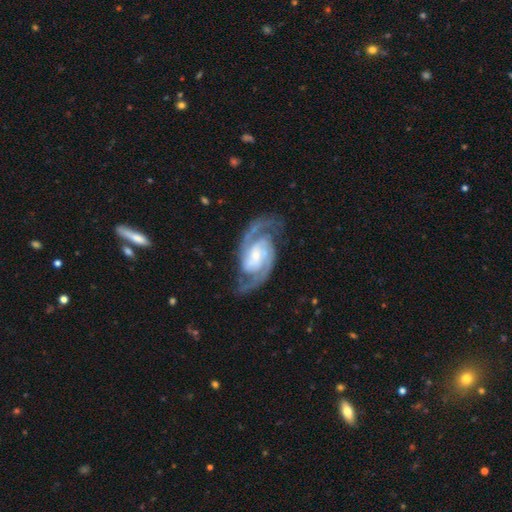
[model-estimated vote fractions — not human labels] This is clearly a featured or disk galaxy (93%). It is clearly not viewed edge-on (97%). Bar: marginally no (41%). Spiral arm pattern: clearly yes (99%). Spiral arm count: clearly 2 (92%). Spiral winding: possibly medium (55%). Central bulge: possibly small (52%). Merging: clearly none (80%).